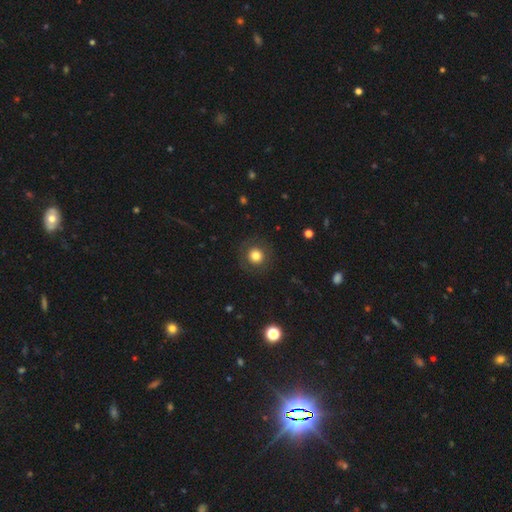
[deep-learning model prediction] Q: Smooth or featured?
A: smooth (77%); runner-up: featured or disk (12%)
Q: How rounded?
A: round (94%); runner-up: in between (5%)
Q: Merging?
A: none (87%); runner-up: minor disturbance (7%)